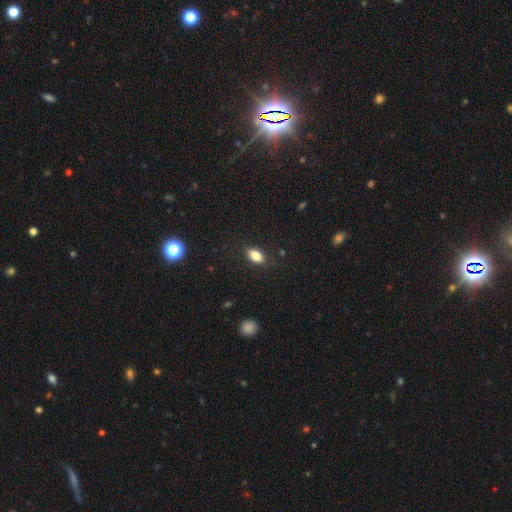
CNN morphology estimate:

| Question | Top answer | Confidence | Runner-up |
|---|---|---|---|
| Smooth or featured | smooth | 81% | featured or disk (10%) |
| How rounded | in between | 87% | round (7%) |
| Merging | none | 85% | minor disturbance (11%) |